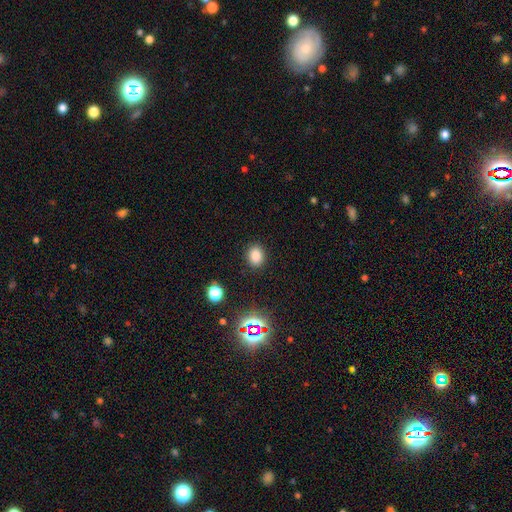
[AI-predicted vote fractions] Smooth or featured? smooth (83%)
How rounded? in between (53%)
Merging? none (88%)